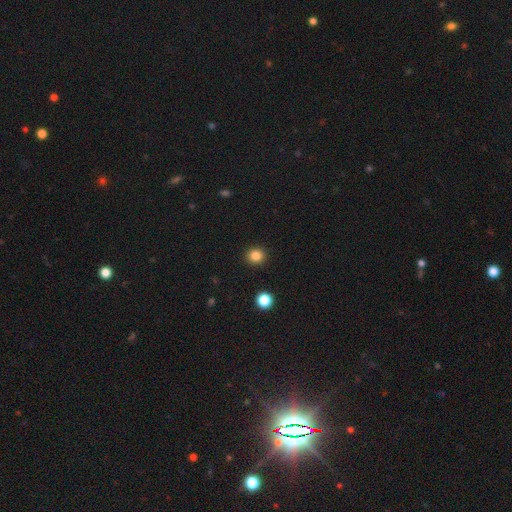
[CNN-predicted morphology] smooth 84%, star or artifact 12%, featured or disk 4%. Down the decision tree: how rounded — round (89%); merging — none (92%).